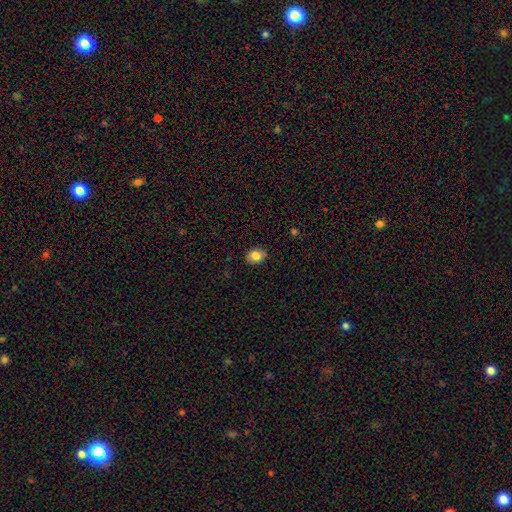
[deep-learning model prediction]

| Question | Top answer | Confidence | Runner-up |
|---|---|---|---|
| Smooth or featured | smooth | 84% | star or artifact (9%) |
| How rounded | in between | 61% | round (38%) |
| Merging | none | 87% | minor disturbance (10%) |